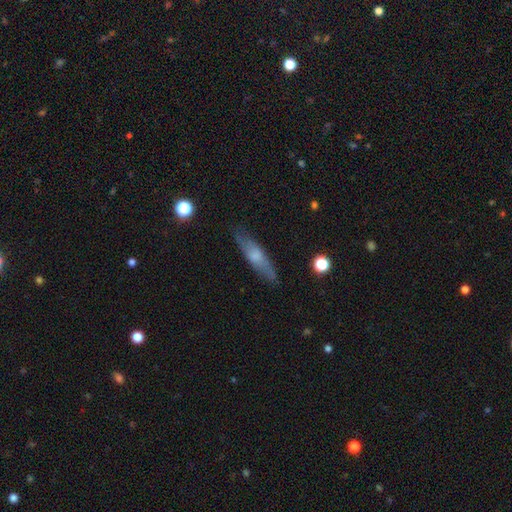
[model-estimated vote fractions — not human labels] This appears to be a smooth galaxy with no disk features (51%) that is cigar-shaped (70%). Merging: none (81%).